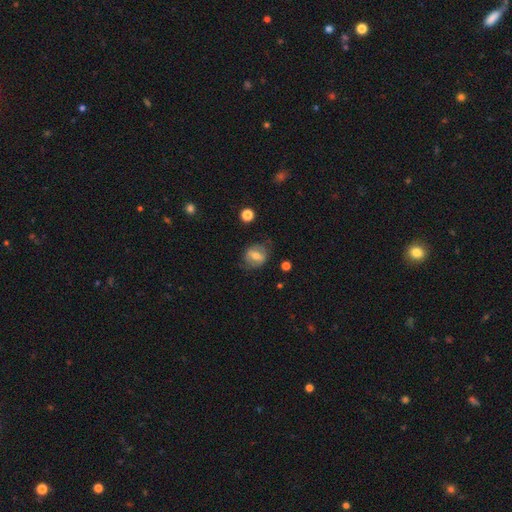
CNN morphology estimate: Overall: smooth (49%; featured or disk 43%). Merging: none (69%).